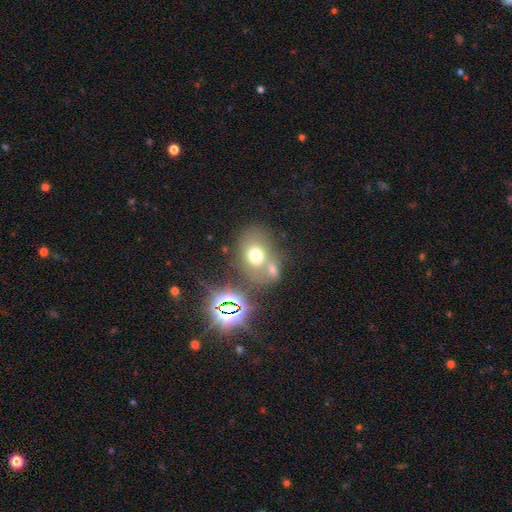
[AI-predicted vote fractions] smooth-or-featured: smooth: 64% | star or artifact: 19% | featured or disk: 17%
  how-rounded: in between: 57% | round: 41% | cigar-shaped: 1%
  merging: none: 48% | merger: 30% | minor disturbance: 14% | major disturbance: 8%